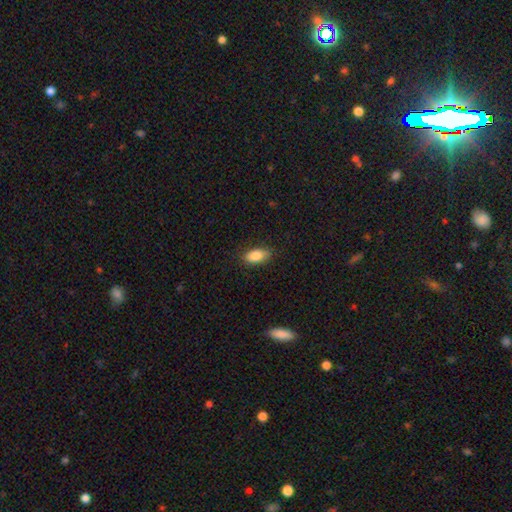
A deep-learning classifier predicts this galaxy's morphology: Q: Smooth or featured?
A: smooth (86%); runner-up: star or artifact (7%)
Q: How rounded?
A: in between (90%); runner-up: cigar-shaped (6%)
Q: Merging?
A: none (84%); runner-up: minor disturbance (12%)